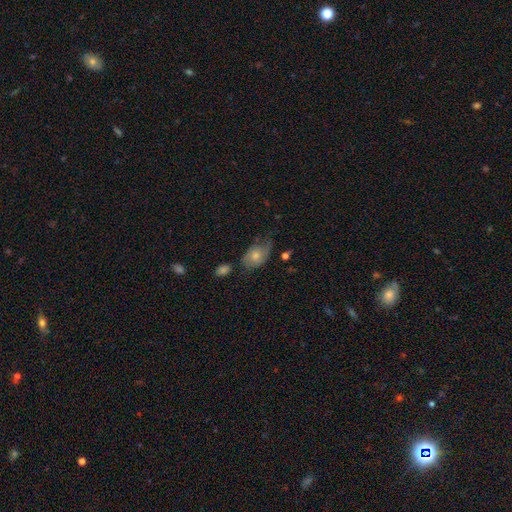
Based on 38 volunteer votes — Smooth or featured? smooth (47%, tied with featured or disk)
How rounded? in between (67%)
Merging? none (53%)